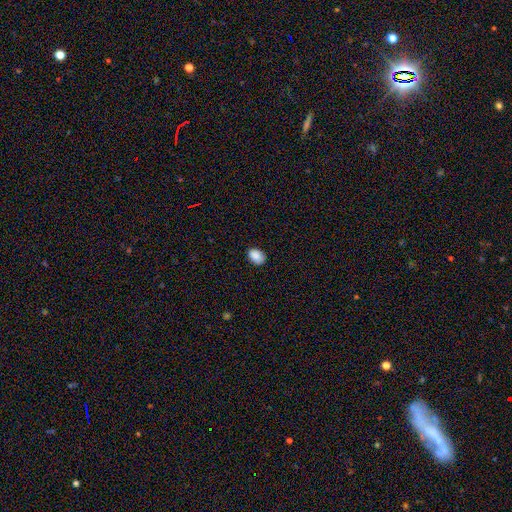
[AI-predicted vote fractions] This appears to be a smooth galaxy with no disk features (89%) that is in between round and cigar-shaped (79%). Merging: none (85%).